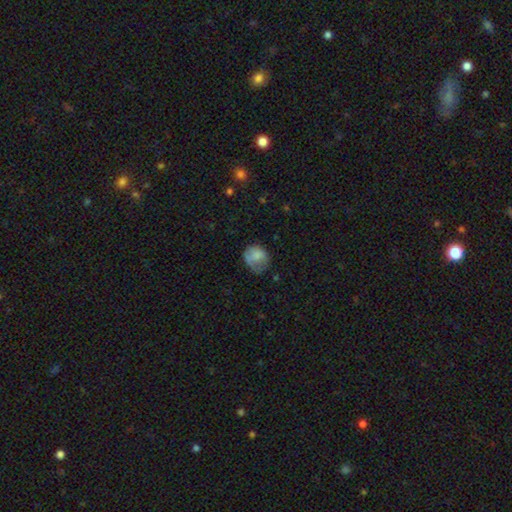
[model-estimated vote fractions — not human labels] Q: Smooth or featured?
A: smooth (75%); runner-up: featured or disk (16%)
Q: How rounded?
A: round (61%); runner-up: in between (38%)
Q: Merging?
A: none (43%); runner-up: minor disturbance (32%)